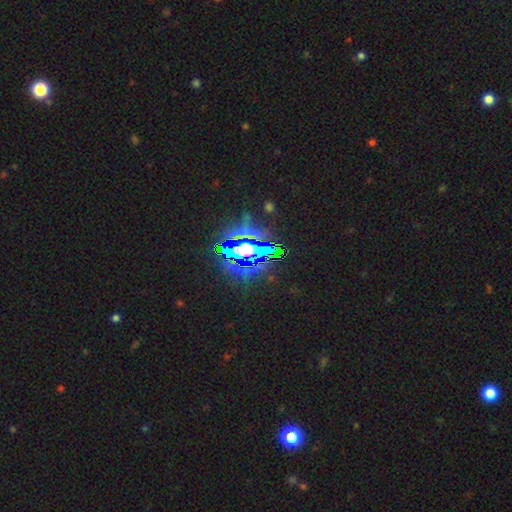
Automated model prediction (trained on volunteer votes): Smooth or featured? star or artifact (72%)